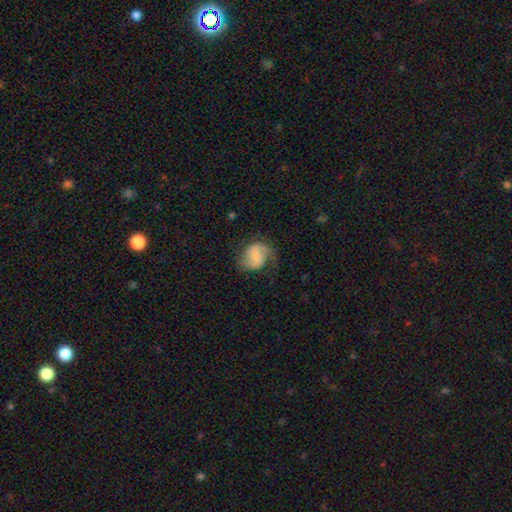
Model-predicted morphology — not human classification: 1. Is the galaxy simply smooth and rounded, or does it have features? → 52% featured or disk, 41% smooth, 7% star or artifact.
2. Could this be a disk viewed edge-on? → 97% no, 3% yes.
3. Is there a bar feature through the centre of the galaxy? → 49% weak, 29% no, 22% strong.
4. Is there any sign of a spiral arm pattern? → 87% yes, 13% no.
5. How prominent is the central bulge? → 38% small, 32% moderate, 21% none, 7% large, 2% dominant.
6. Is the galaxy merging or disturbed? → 58% none, 25% minor disturbance, 16% major disturbance, 1% merger.